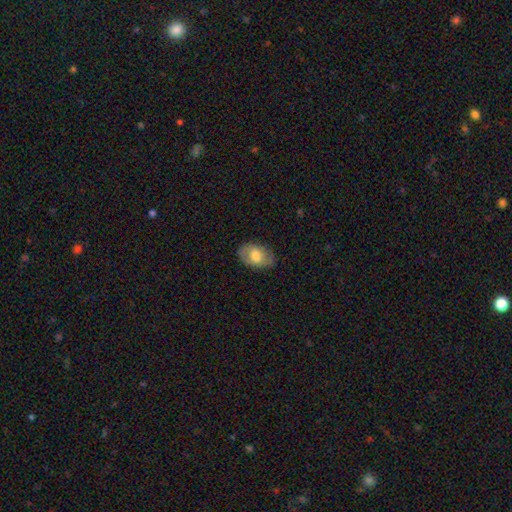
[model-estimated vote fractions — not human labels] A smooth galaxy with no disk features (66%) that is in between round and cigar-shaped (86%). Merging: none (80%).